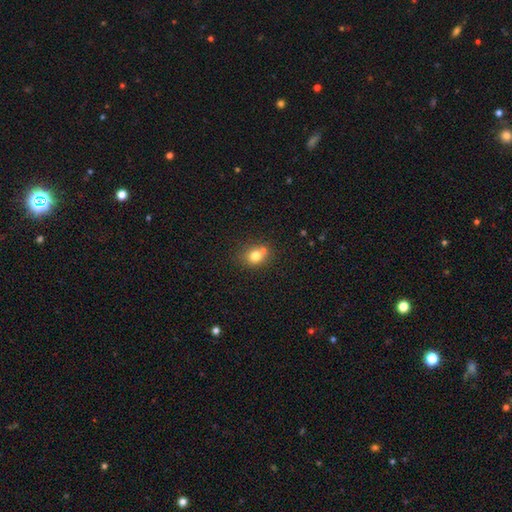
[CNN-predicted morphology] smooth-or-featured: smooth: 76% | star or artifact: 12% | featured or disk: 12%
  how-rounded: round: 70% | in between: 29% | cigar-shaped: 1%
  merging: none: 54% | merger: 32% | minor disturbance: 11% | major disturbance: 3%